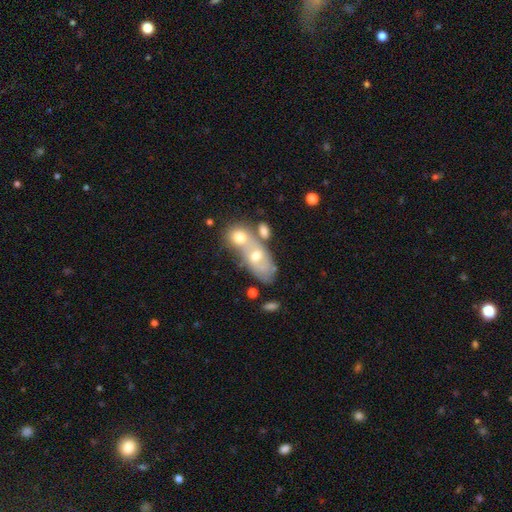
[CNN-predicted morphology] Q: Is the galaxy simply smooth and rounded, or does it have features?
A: featured or disk — 45%.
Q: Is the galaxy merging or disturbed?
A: merger — 56%.